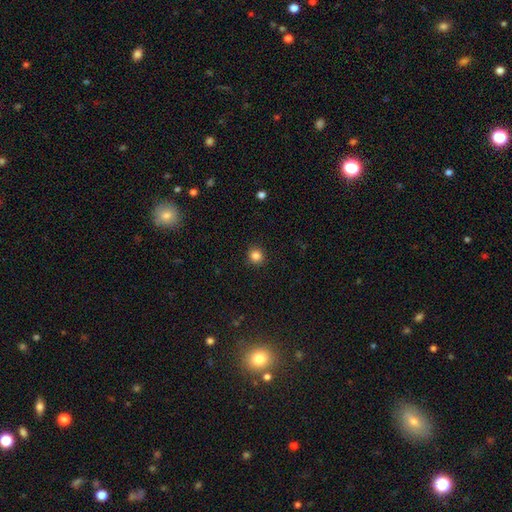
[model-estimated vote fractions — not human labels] Morphology: type=smooth (85%); roundness=round (91%); merging=none (91%).